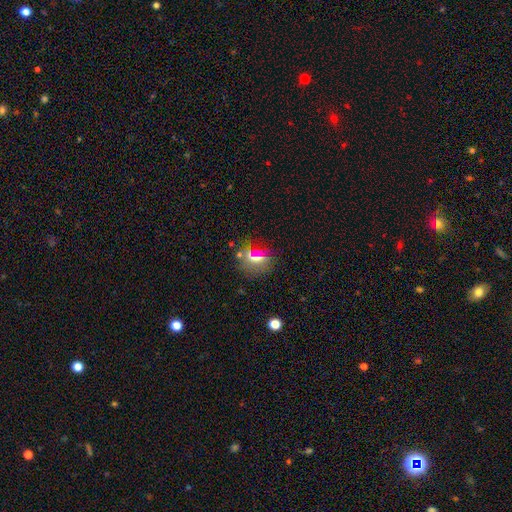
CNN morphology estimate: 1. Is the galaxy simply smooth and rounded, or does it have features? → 48% smooth, 29% star or artifact, 23% featured or disk.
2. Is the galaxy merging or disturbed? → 77% none, 12% minor disturbance, 6% major disturbance, 4% merger.